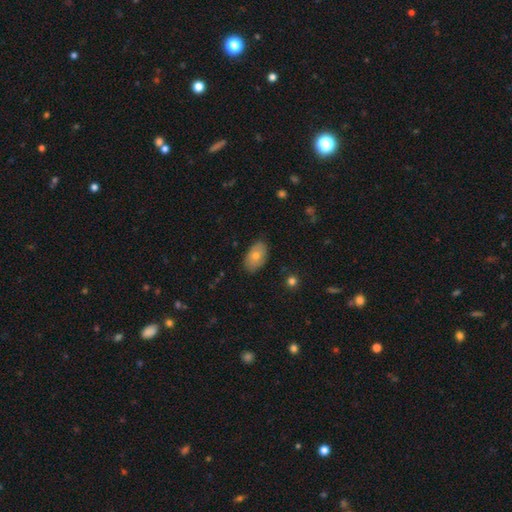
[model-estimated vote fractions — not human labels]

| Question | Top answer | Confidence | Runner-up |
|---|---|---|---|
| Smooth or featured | smooth | 72% | featured or disk (21%) |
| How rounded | in between | 92% | round (6%) |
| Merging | none | 84% | minor disturbance (12%) |